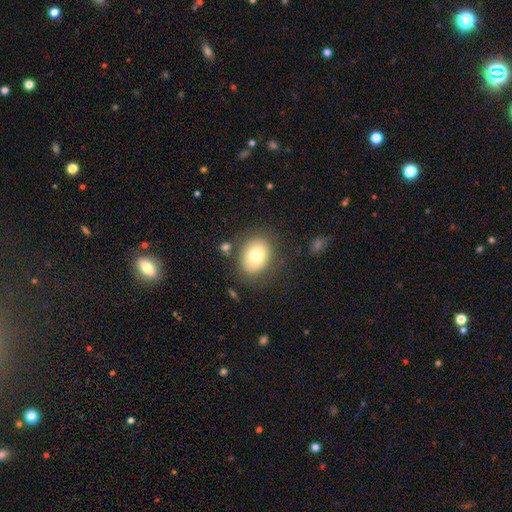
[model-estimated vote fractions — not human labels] A smooth galaxy with no disk features (76%) that is in between round and cigar-shaped (61%). Merging: none (78%).